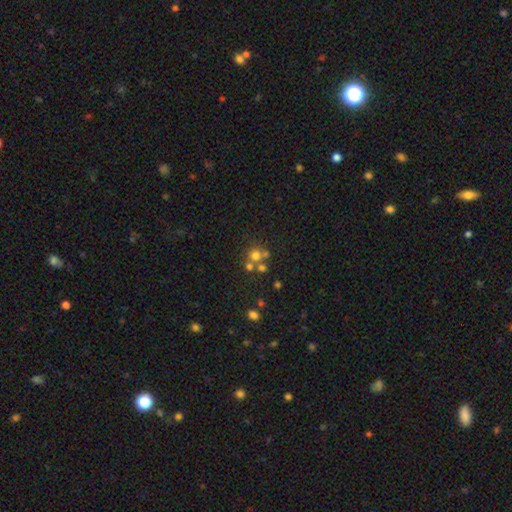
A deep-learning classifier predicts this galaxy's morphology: A smooth galaxy with no disk features (65%) that is round (87%). Merging: none (53%).